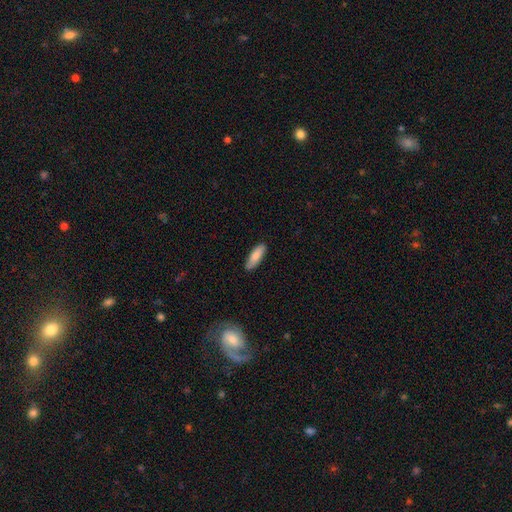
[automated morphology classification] smooth 84%, featured or disk 10%, star or artifact 6%. Down the decision tree: how rounded — in between (59%); merging — none (86%).